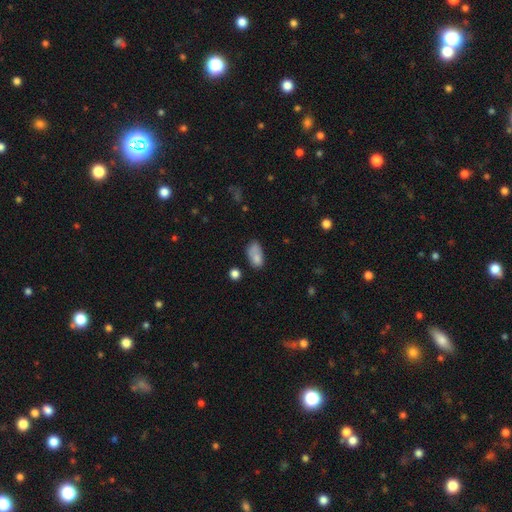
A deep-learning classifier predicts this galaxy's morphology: Smooth or featured: smooth — 77% (featured or disk — 13%)
How rounded: in between — 88% (round — 8%)
Merging: none — 43% (minor disturbance — 29%)